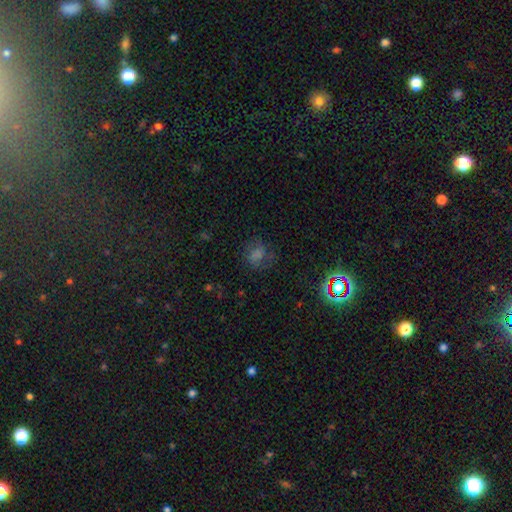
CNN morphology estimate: Smooth or featured: smooth — 42% (star or artifact — 37%)
Merging: none — 65% (minor disturbance — 19%)